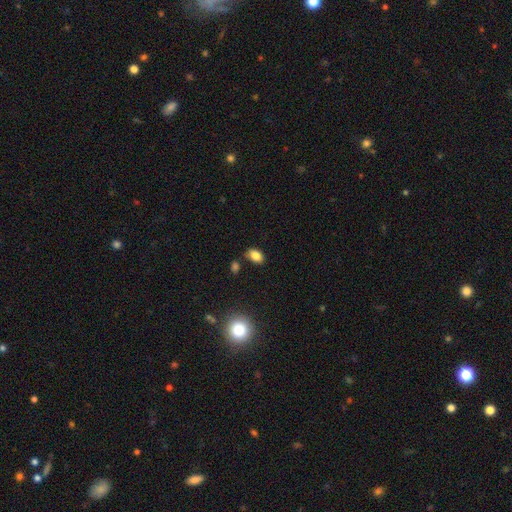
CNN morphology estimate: smooth_or_featured: smooth (p=0.82) [alt: star or artifact p=0.11]
how_rounded: in between (p=0.87) [alt: round p=0.12]
merging: none (p=0.76) [alt: minor disturbance p=0.14]